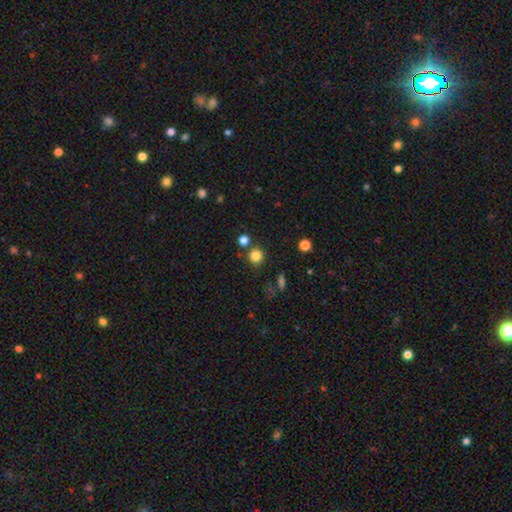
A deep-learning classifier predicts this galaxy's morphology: Smooth or featured? smooth (81%)
How rounded? round (92%)
Merging? none (81%)